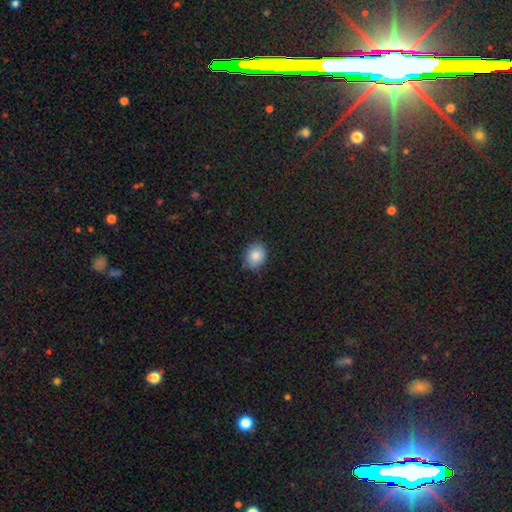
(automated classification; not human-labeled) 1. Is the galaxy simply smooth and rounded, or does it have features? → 84% smooth, 9% star or artifact, 7% featured or disk.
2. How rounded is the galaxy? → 52% in between, 48% round, 1% cigar-shaped.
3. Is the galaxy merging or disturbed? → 83% none, 14% minor disturbance, 2% major disturbance, 1% merger.